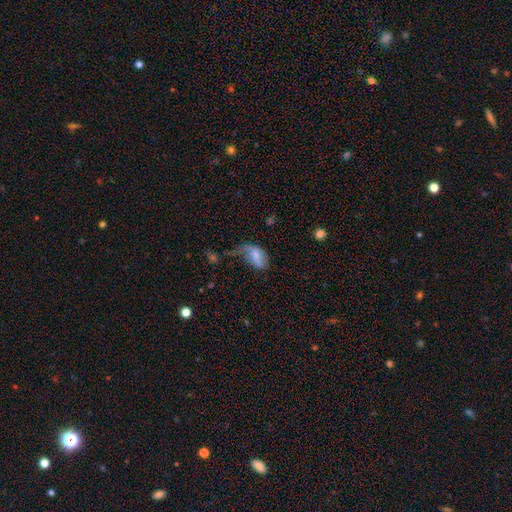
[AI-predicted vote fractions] Smooth or featured? smooth (58%)
How rounded? in between (91%)
Merging? major disturbance (41%)